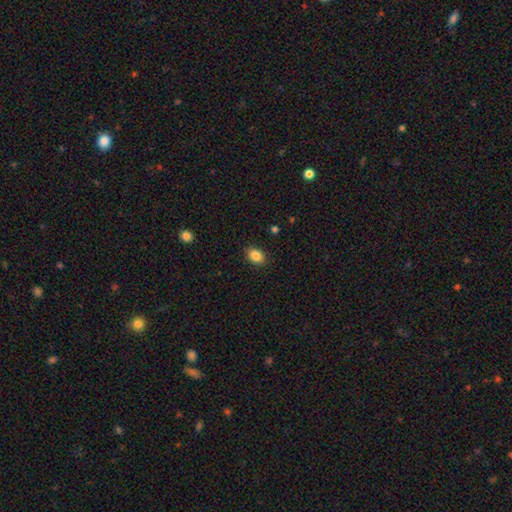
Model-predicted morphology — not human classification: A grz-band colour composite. It shows a smooth galaxy with no disk features (86%) that is in between round and cigar-shaped (71%). Merging: none (89%).